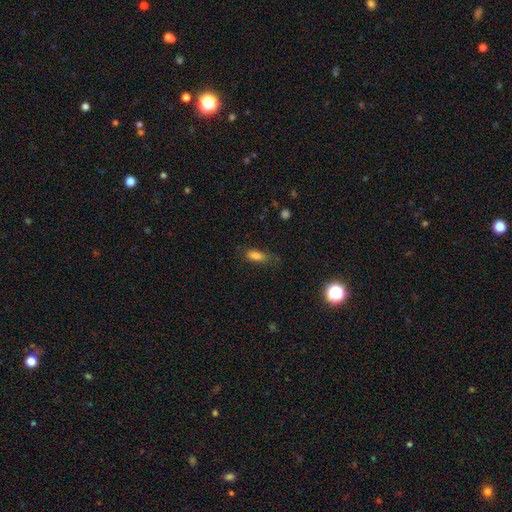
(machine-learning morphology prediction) A smooth galaxy with no disk features (82%) that is in between round and cigar-shaped (74%).

Vote fractions:
- Smooth or featured? smooth: 82% / star or artifact: 10% / featured or disk: 8%
- How rounded? in between: 74% / cigar-shaped: 22% / round: 3%
- Merging? none: 65% / minor disturbance: 25% / major disturbance: 8% / merger: 2%